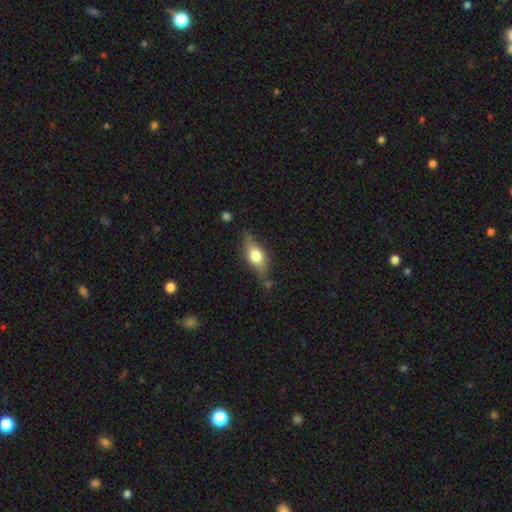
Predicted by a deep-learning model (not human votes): Q: Smooth or featured?
A: smooth (52%); runner-up: featured or disk (41%)
Q: How rounded?
A: in between (66%); runner-up: cigar-shaped (27%)
Q: Merging?
A: none (72%); runner-up: minor disturbance (19%)